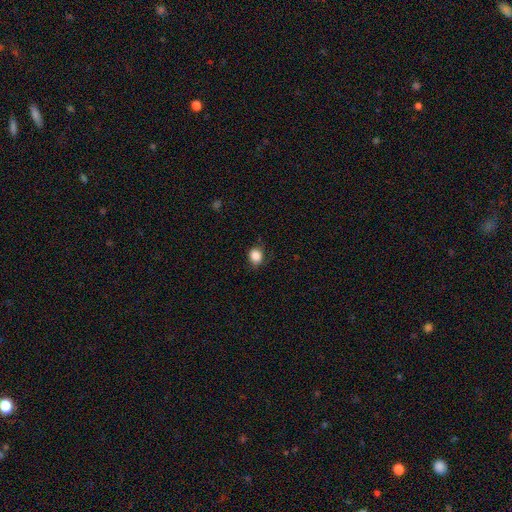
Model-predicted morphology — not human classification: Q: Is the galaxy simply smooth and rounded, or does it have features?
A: smooth — 86%.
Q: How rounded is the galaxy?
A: round — 70%.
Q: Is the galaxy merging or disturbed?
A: none — 77%.